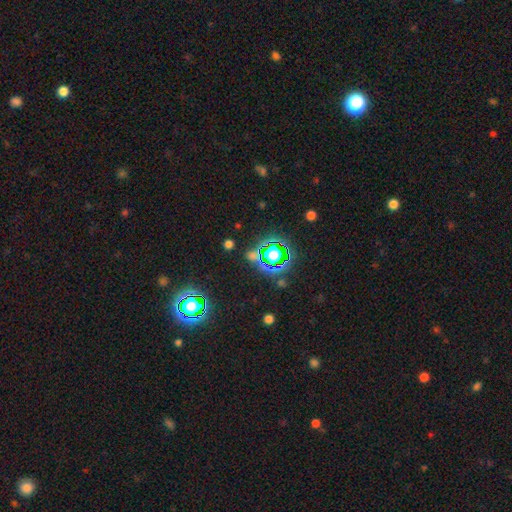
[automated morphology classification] Overall: star or artifact (75%).